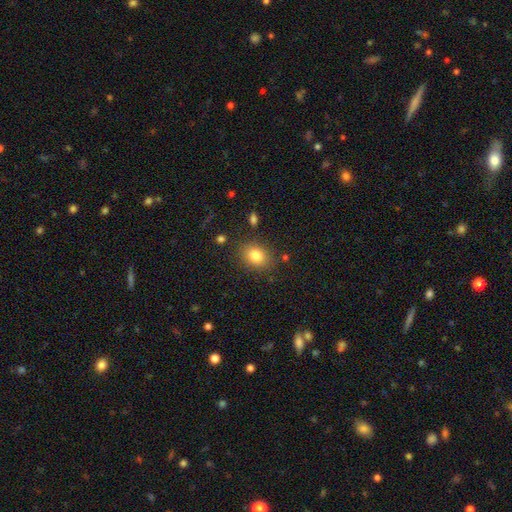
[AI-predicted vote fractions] This is clearly a smooth galaxy (82%). How rounded: possibly in between (56%). Merging: clearly none (84%).